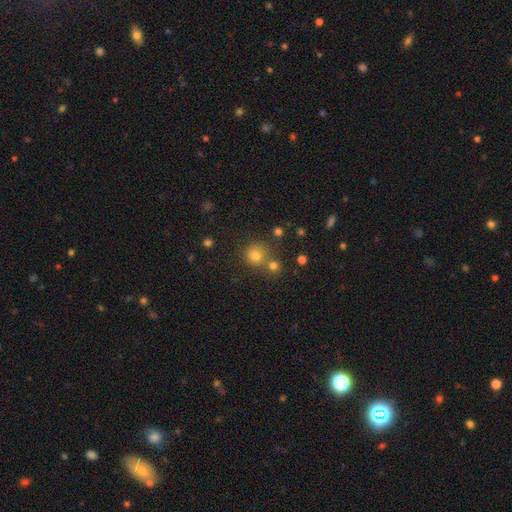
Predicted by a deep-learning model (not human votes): The model was most divided on "merging": none: 62%, merger: 26%, minor disturbance: 9%, major disturbance: 3%. More confident: how rounded — round (89%); smooth or featured — smooth (74%).